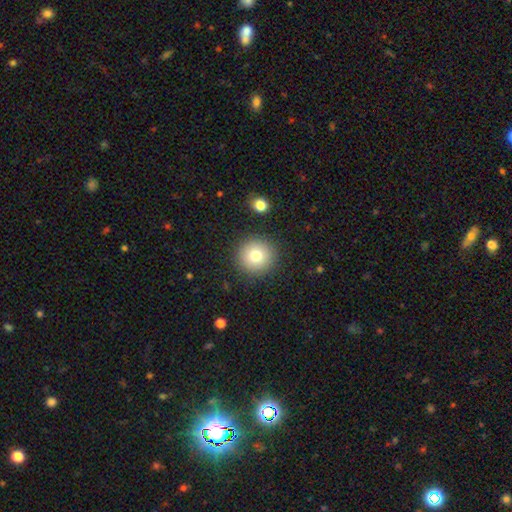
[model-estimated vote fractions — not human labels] Q: Smooth or featured?
A: smooth (77%); runner-up: star or artifact (12%)
Q: How rounded?
A: round (94%); runner-up: in between (5%)
Q: Merging?
A: none (89%); runner-up: minor disturbance (6%)